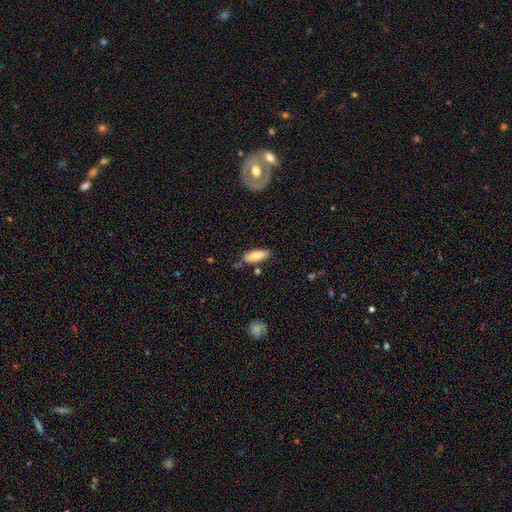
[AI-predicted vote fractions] Morphology: type=smooth (84%); roundness=in between (77%); merging=none (78%).